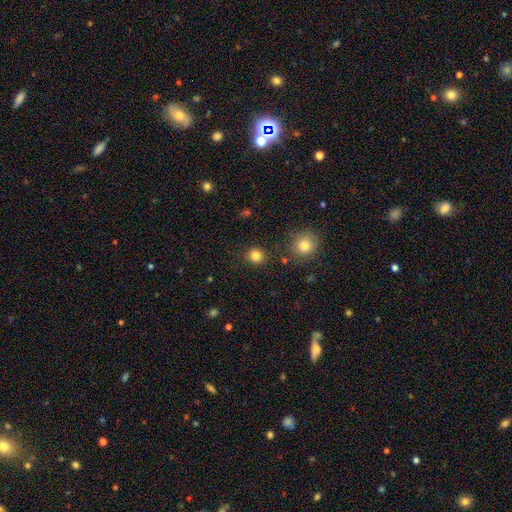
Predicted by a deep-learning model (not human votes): This is clearly a smooth galaxy (84%). How rounded: clearly round (88%). Merging: clearly none (87%).